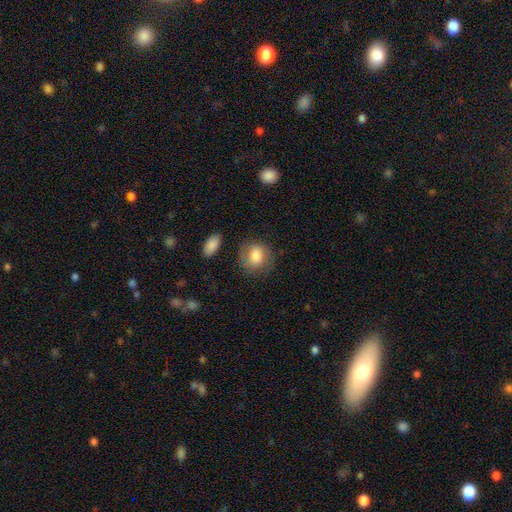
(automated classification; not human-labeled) Smooth or featured: smooth — 76% (featured or disk — 17%)
How rounded: round — 61% (in between — 37%)
Merging: none — 73% (minor disturbance — 17%)